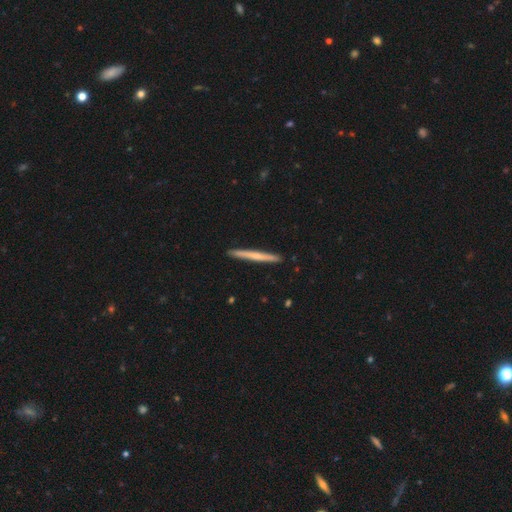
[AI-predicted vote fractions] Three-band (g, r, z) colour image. It shows a featured or disk galaxy (48%). Merging: none (92%).